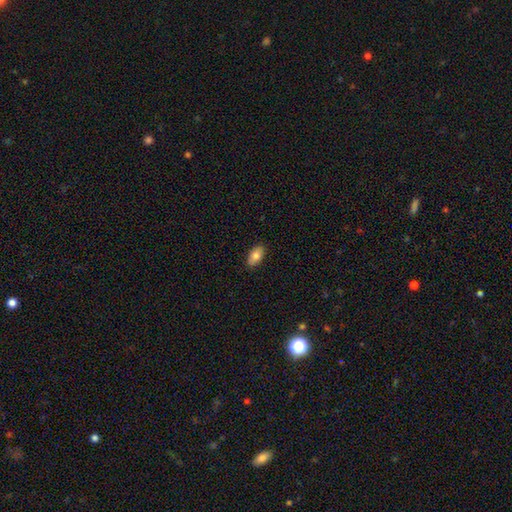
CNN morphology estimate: This appears to be a smooth galaxy with no disk features (79%) that is in between round and cigar-shaped (92%). Merging: none (86%).